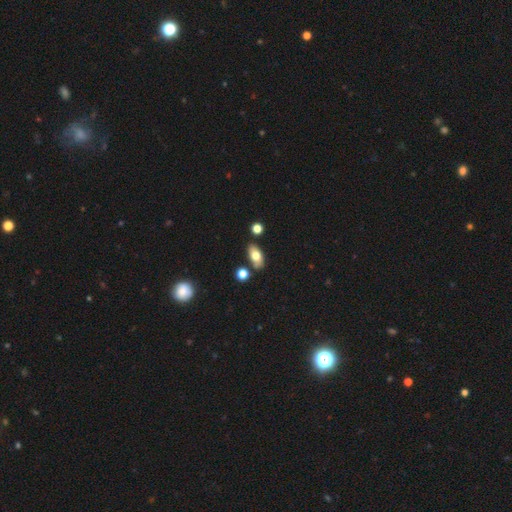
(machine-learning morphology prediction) Smooth or featured: smooth — 73% (featured or disk — 19%)
How rounded: in between — 88% (cigar-shaped — 7%)
Merging: none — 78% (minor disturbance — 12%)